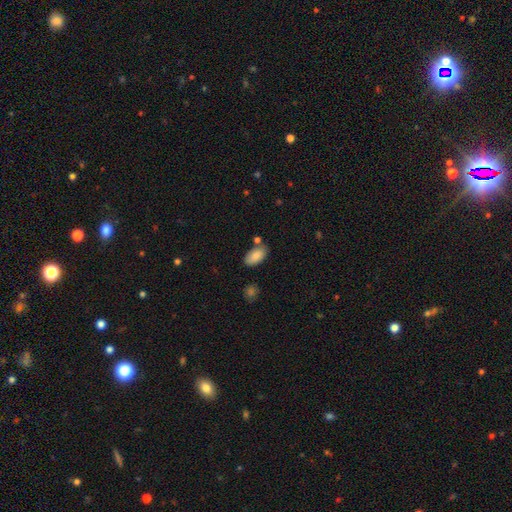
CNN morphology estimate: Q: Smooth or featured?
A: smooth (86%); runner-up: featured or disk (7%)
Q: How rounded?
A: in between (95%); runner-up: round (3%)
Q: Merging?
A: none (70%); runner-up: minor disturbance (16%)